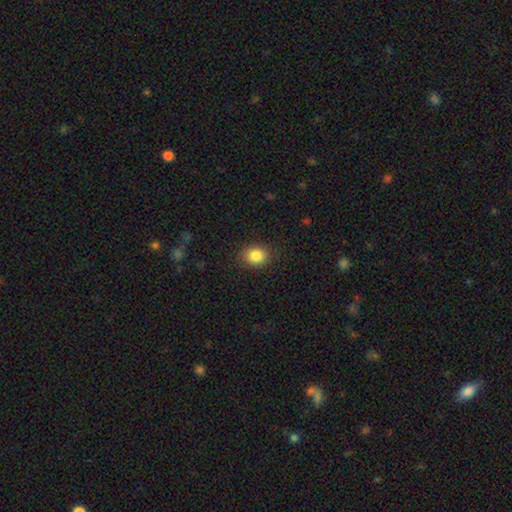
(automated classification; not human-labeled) Overall: smooth (86%). How rounded: round (51%; in between 48%). Merging: none (86%).